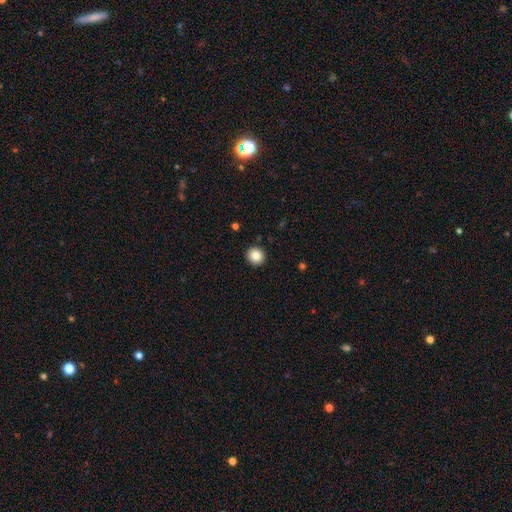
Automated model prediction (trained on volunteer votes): The model was most divided on "smooth or featured": smooth: 84%, star or artifact: 10%, featured or disk: 6%. More confident: merging — none (93%); how rounded — round (91%).